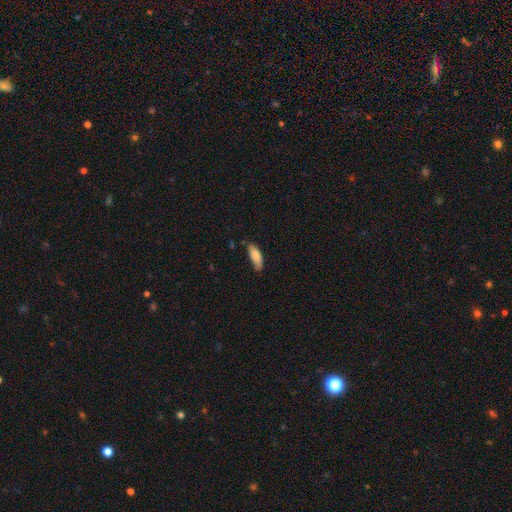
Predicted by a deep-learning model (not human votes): Overall: smooth (81%). How rounded: in between (63%; cigar-shaped 35%). Merging: none (64%; minor disturbance 28%).